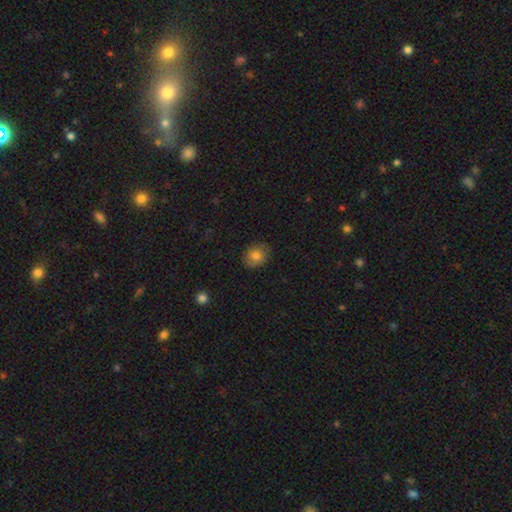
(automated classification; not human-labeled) Smooth or featured: smooth — 78% (featured or disk — 13%)
How rounded: round — 59% (in between — 40%)
Merging: none — 80% (minor disturbance — 16%)